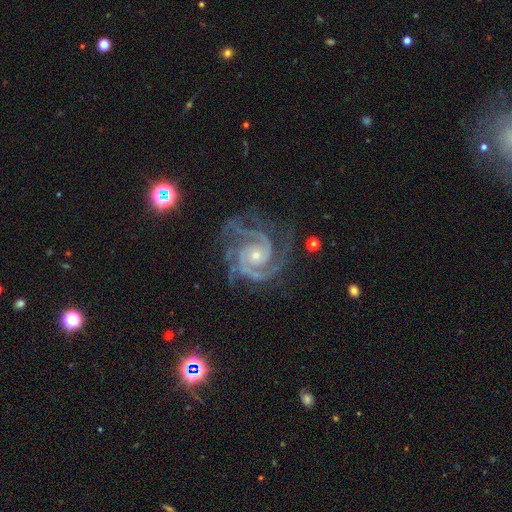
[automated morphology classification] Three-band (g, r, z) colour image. It shows a featured or disk galaxy (93%) with no bar (70%), 2 (44%) tight (65%) spiral arms (99%) and a small central bulge (72%). Merging: none (70%).